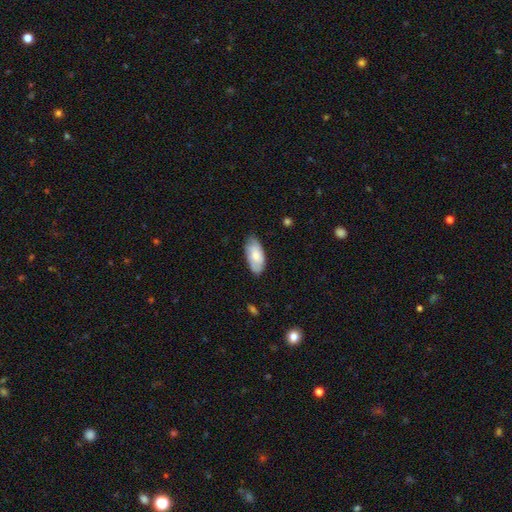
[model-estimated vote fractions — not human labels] A smooth galaxy with no disk features (71%) that is in between round and cigar-shaped (92%).

Vote fractions:
- Smooth or featured? smooth: 71% / featured or disk: 23% / star or artifact: 6%
- How rounded? in between: 92% / cigar-shaped: 6% / round: 2%
- Merging? none: 74% / minor disturbance: 21% / major disturbance: 3% / merger: 1%